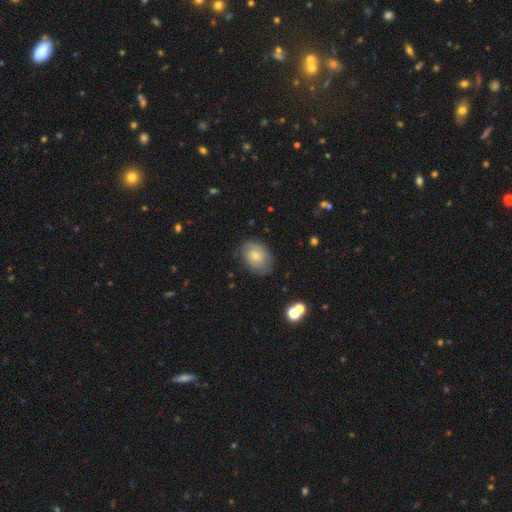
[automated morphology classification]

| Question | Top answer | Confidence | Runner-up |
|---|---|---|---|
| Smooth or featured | featured or disk | 59% | smooth (33%) |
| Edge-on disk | no | 97% | yes (3%) |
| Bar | no | 71% | weak (26%) |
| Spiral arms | yes | 87% | no (13%) |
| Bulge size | small | 52% | moderate (41%) |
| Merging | none | 77% | minor disturbance (17%) |